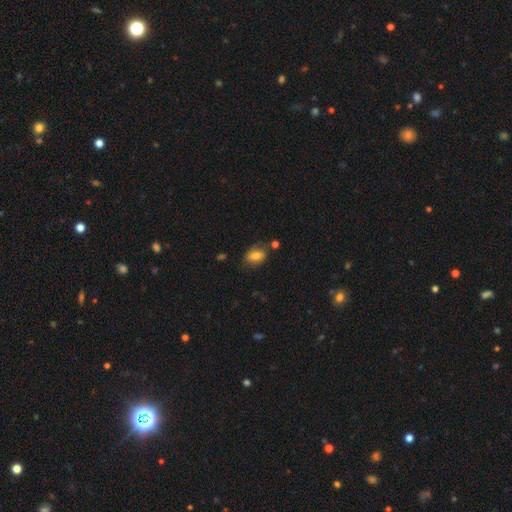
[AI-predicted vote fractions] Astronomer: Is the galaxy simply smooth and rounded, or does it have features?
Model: smooth — 71%.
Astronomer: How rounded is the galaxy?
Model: in between — 80%.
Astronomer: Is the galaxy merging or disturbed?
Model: none — 63%.